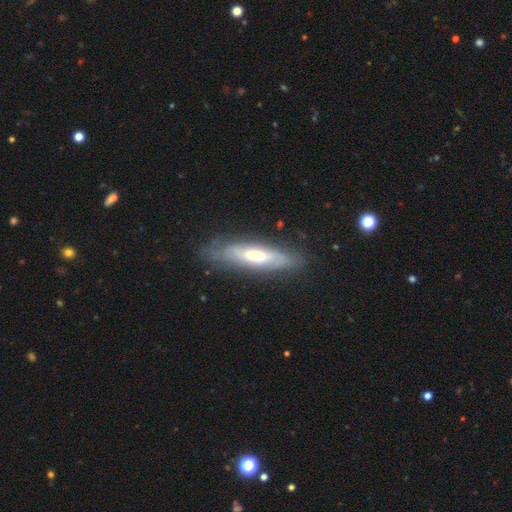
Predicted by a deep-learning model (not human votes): smooth_or_featured: featured or disk (p=0.64) [alt: smooth p=0.30]
disk_edge_on: no (p=0.55) [alt: yes p=0.45]
merging: none (p=0.74) [alt: minor disturbance p=0.18]